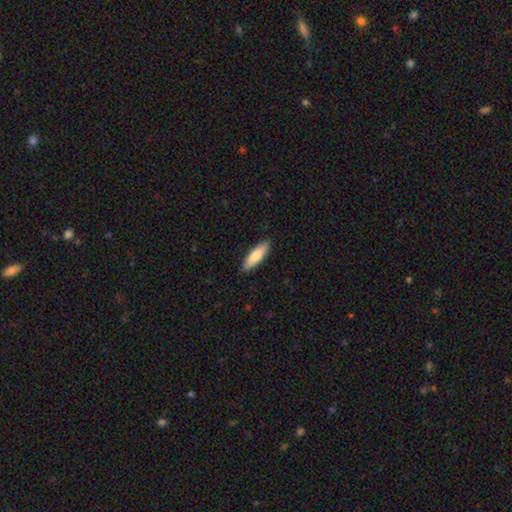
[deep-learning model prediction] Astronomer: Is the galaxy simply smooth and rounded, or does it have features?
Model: smooth — 77%.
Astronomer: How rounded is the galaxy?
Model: cigar-shaped — 60% (runner-up: in between, 38%).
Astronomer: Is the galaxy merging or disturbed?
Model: none — 89%.